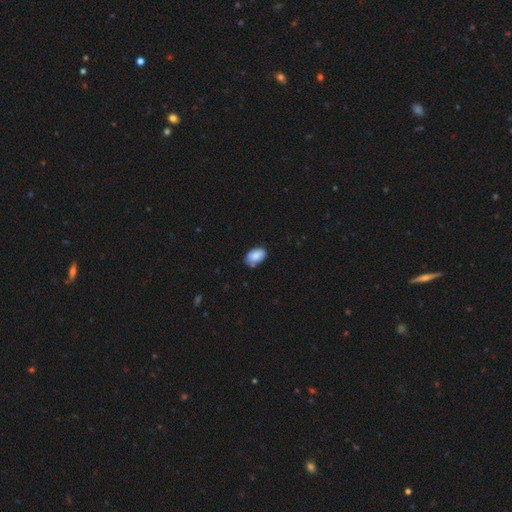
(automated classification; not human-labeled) A smooth galaxy with no disk features (83%) that is in between round and cigar-shaped (90%). Merging: none (64%).